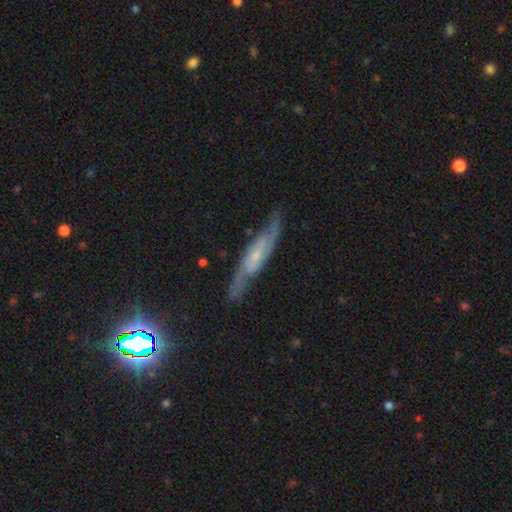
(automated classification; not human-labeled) This is likely a featured or disk galaxy (77%). It is likely not viewed edge-on (63%). Merging: likely none (74%).